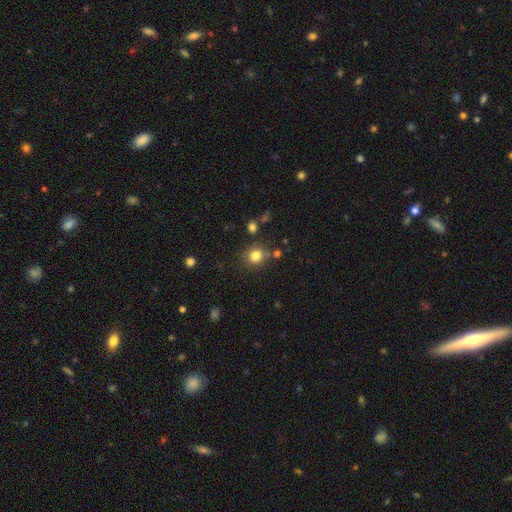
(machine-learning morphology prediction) Smooth or featured?
  - smooth: 81% *
  - star or artifact: 13%
  - featured or disk: 6%
How rounded?
  - round: 86% *
  - in between: 14%
  - cigar-shaped: 1%
Merging?
  - none: 78% *
  - minor disturbance: 11%
  - merger: 8%
  - major disturbance: 4%